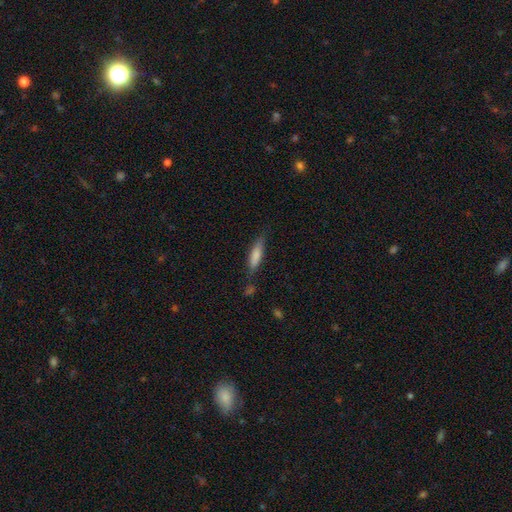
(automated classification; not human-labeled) Overall: smooth (76%). How rounded: cigar-shaped (73%). Merging: none (70%).